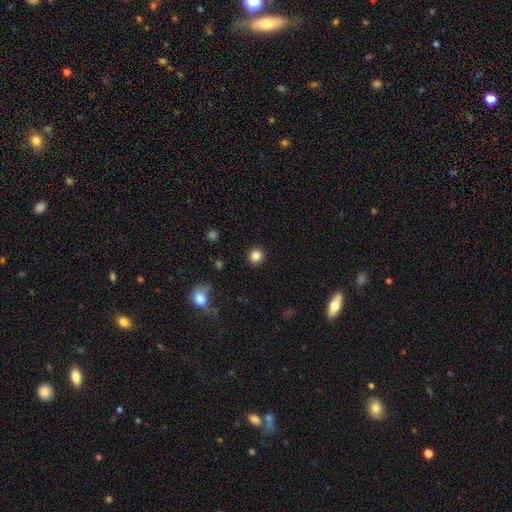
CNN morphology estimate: This is clearly a smooth galaxy (85%). How rounded: clearly round (93%). Merging: clearly none (92%).